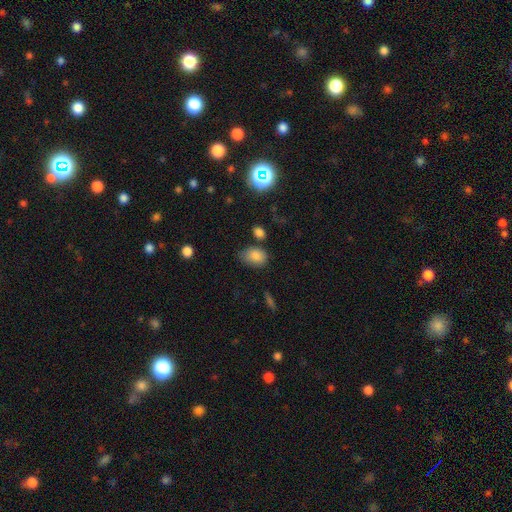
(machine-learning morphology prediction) The model was most divided on "merging": none: 61%, minor disturbance: 26%, merger: 7%, major disturbance: 6%. More confident: smooth or featured — smooth (83%); how rounded — in between (77%).